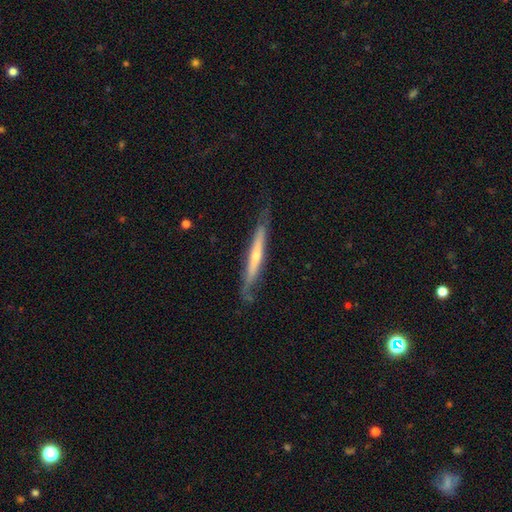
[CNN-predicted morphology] Smooth or featured?
  - featured or disk: 64% *
  - smooth: 29%
  - star or artifact: 7%
Edge-on disk?
  - yes: 91% *
  - no: 9%
Edge-on bulge?
  - rounded: 49% *
  - none: 43%
  - boxy: 8%
Merging?
  - none: 81% *
  - minor disturbance: 15%
  - major disturbance: 3%
  - merger: 1%